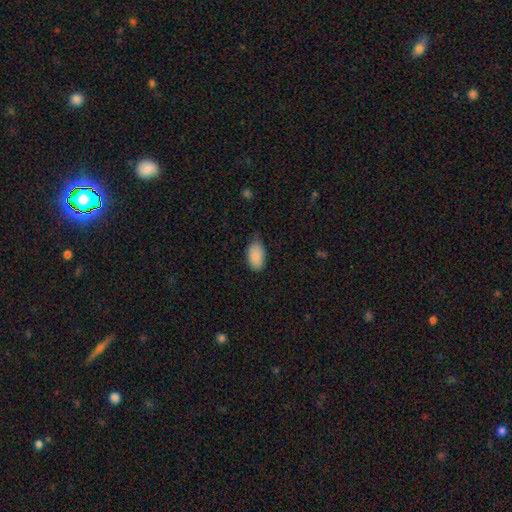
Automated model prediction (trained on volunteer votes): Overall: smooth (89%). How rounded: in between (93%). Merging: none (70%).